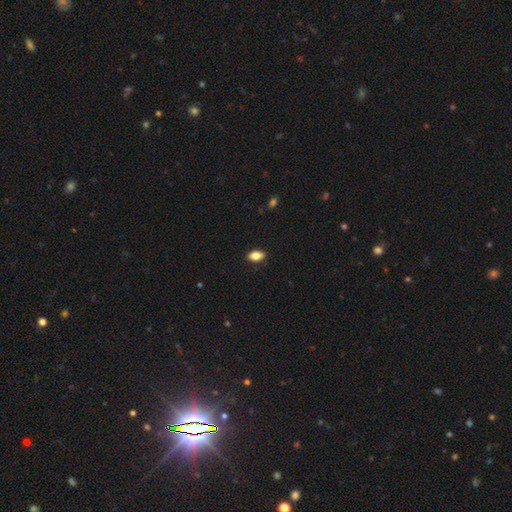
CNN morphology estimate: A smooth galaxy with no disk features (79%) that is in between round and cigar-shaped (88%). Merging: none (88%).